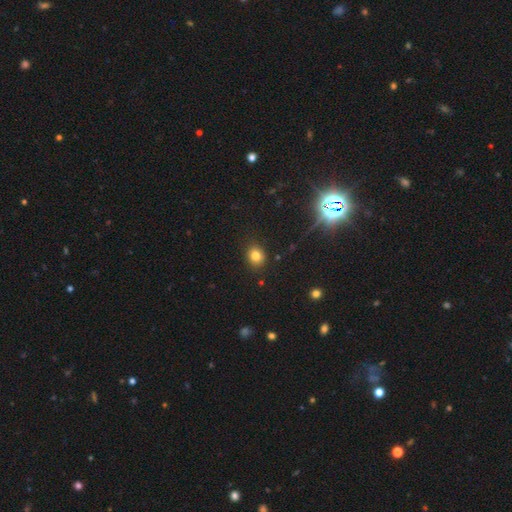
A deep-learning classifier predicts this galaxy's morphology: Q: Smooth or featured?
A: smooth (79%); runner-up: star or artifact (14%)
Q: How rounded?
A: round (68%); runner-up: in between (31%)
Q: Merging?
A: none (87%); runner-up: minor disturbance (9%)